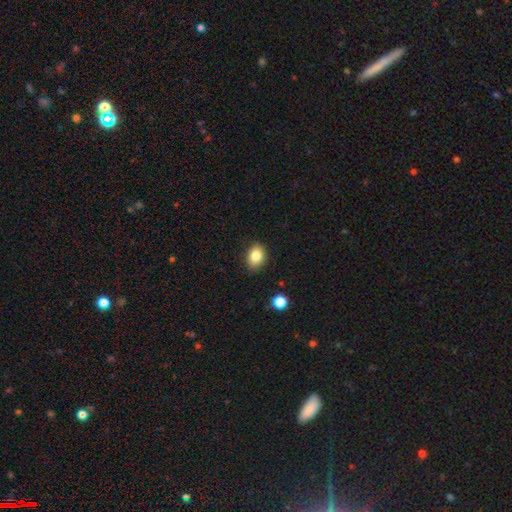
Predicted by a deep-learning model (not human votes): This is clearly a smooth galaxy (84%). How rounded: likely in between (69%). Merging: clearly none (85%).